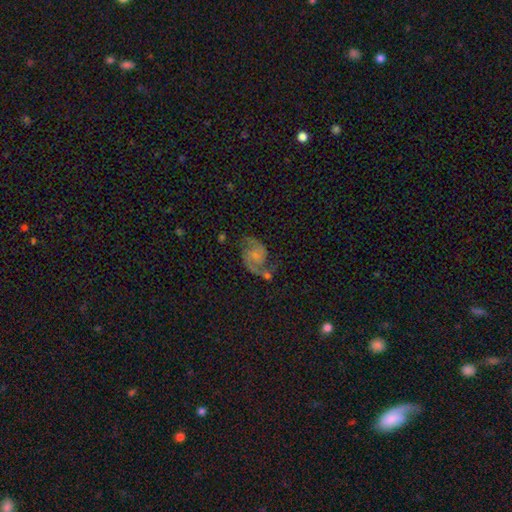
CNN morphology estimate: This is clearly a featured or disk galaxy (83%). It is clearly not viewed edge-on (98%). Bar: likely no (72%). Spiral arm pattern: clearly yes (96%). Spiral arm count: clearly 2 (89%). Spiral winding: possibly medium (49%). Central bulge: likely small (61%). Merging: possibly none (53%).